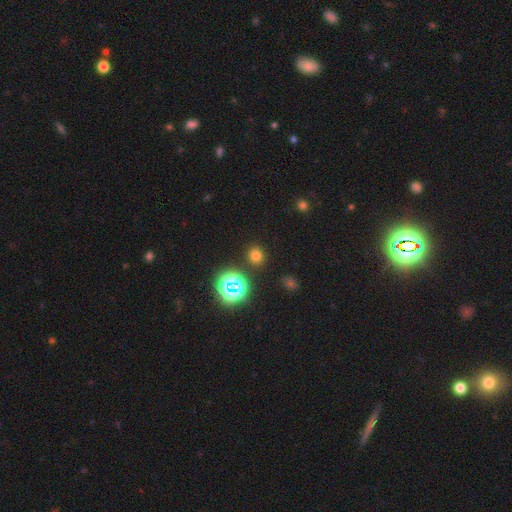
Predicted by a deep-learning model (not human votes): Smooth or featured? Predicted: smooth (p=0.68). How rounded? Predicted: round (p=0.82). Merging? Predicted: none (p=0.88).